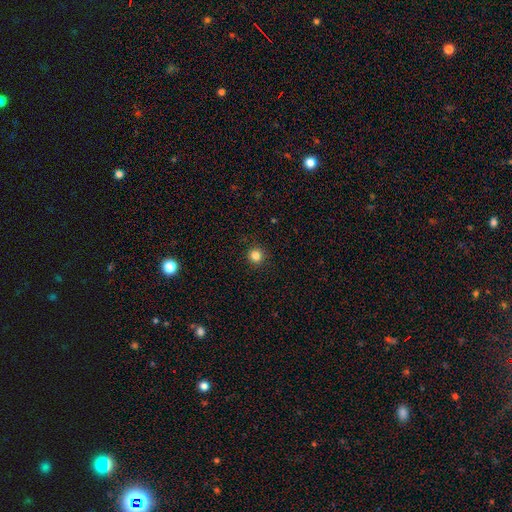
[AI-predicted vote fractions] Smooth or featured?
  - smooth: 83% *
  - star or artifact: 13%
  - featured or disk: 4%
How rounded?
  - round: 94% *
  - in between: 5%
  - cigar-shaped: 1%
Merging?
  - none: 92% *
  - minor disturbance: 5%
  - major disturbance: 2%
  - merger: 1%